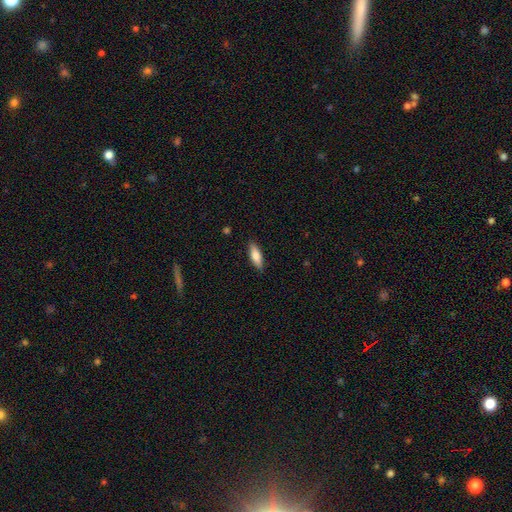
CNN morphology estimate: Q: Smooth or featured?
A: smooth (78%); runner-up: featured or disk (17%)
Q: How rounded?
A: in between (56%); runner-up: cigar-shaped (43%)
Q: Merging?
A: none (88%); runner-up: minor disturbance (9%)